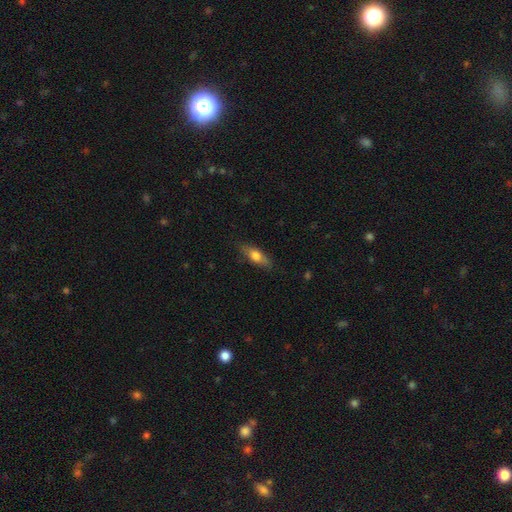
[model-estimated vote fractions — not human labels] Smooth or featured? Predicted: smooth (p=0.65). How rounded? Predicted: in between (p=0.57). Merging? Predicted: none (p=0.81).